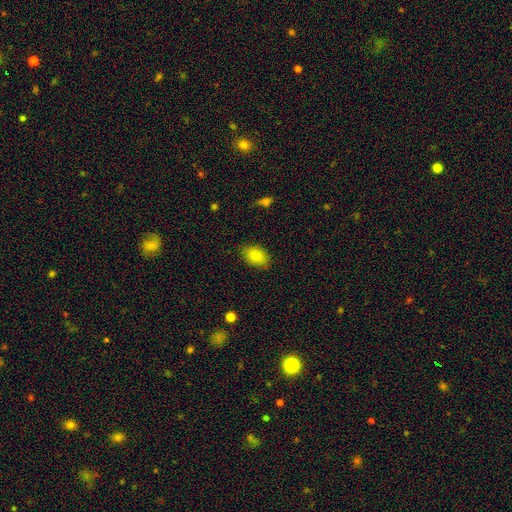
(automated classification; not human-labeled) Smooth or featured? smooth (86%)
How rounded? in between (87%)
Merging? none (82%)